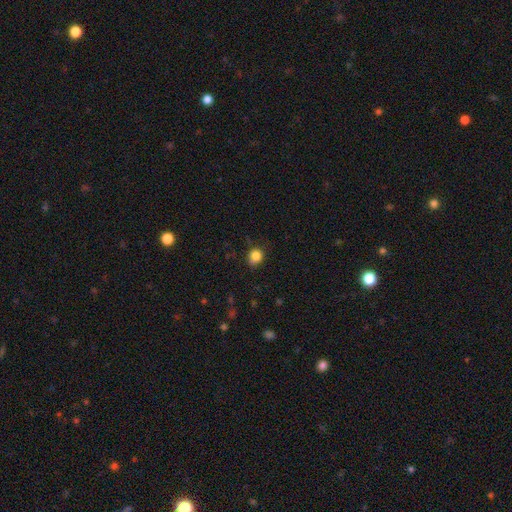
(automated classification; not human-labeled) smooth-or-featured: smooth: 83% | star or artifact: 11% | featured or disk: 5%
  how-rounded: round: 77% | in between: 22% | cigar-shaped: 1%
  merging: none: 76% | minor disturbance: 19% | major disturbance: 4% | merger: 1%